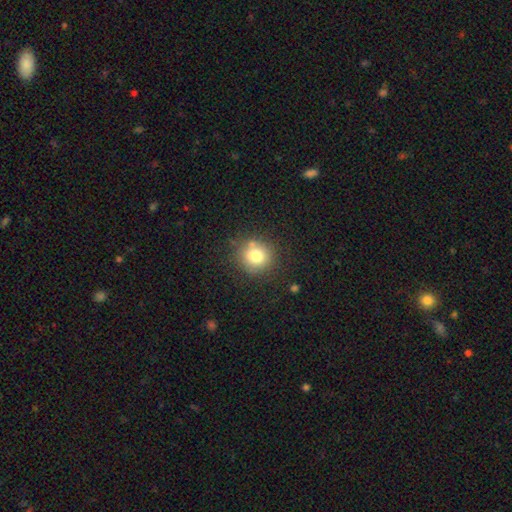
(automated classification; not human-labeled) Q: Smooth or featured?
A: smooth (77%); runner-up: star or artifact (13%)
Q: How rounded?
A: round (90%); runner-up: in between (9%)
Q: Merging?
A: none (79%); runner-up: minor disturbance (12%)